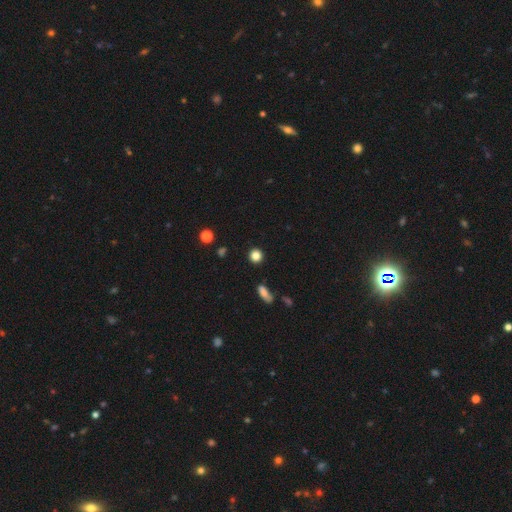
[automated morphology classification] Smooth or featured: smooth — 85% (star or artifact — 11%)
How rounded: round — 91% (in between — 8%)
Merging: none — 90% (minor disturbance — 6%)